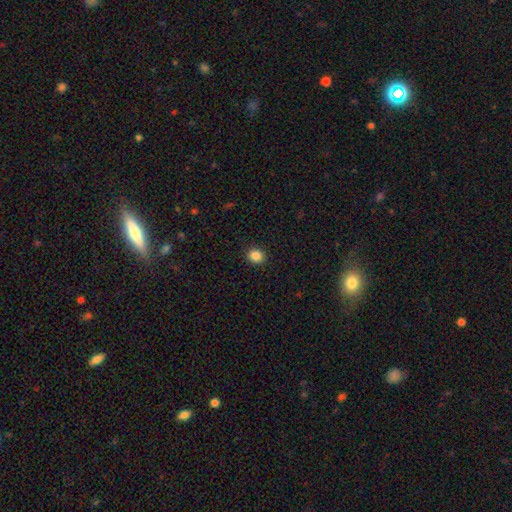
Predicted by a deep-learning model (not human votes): Overall: smooth (86%). How rounded: round (72%). Merging: none (91%).